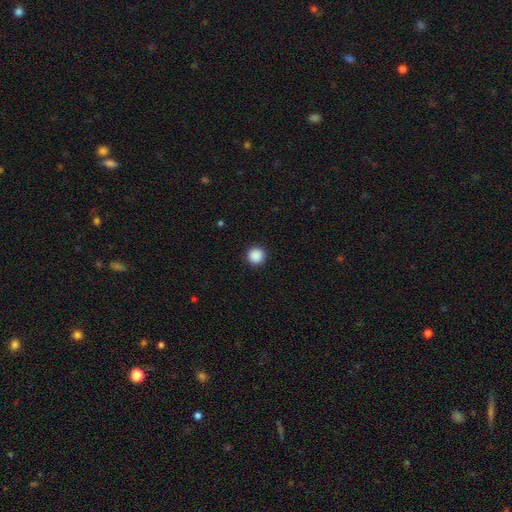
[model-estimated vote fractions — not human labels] Morphology: type=smooth (89%); roundness=round (96%); merging=none (93%).